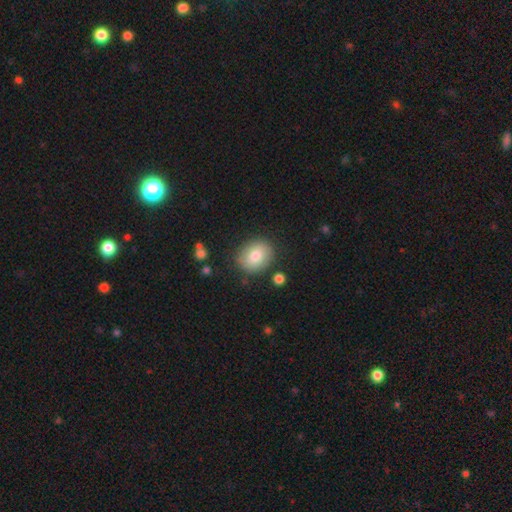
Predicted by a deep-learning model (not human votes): Overall: smooth (79%). How rounded: round (57%; in between 42%). Merging: none (83%).